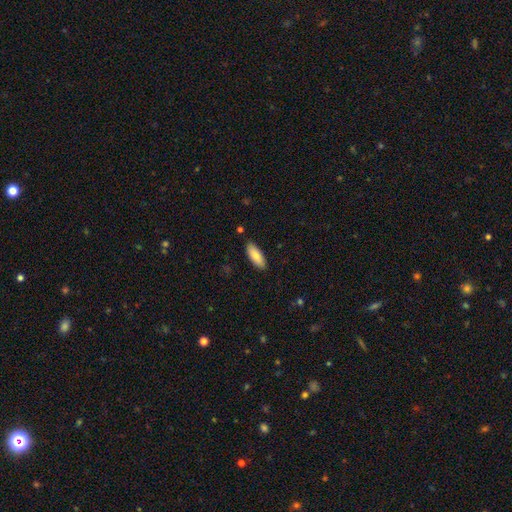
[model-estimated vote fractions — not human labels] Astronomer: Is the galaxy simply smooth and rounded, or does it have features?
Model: smooth — 83%.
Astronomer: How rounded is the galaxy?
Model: in between — 70%.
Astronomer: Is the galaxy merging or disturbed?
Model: none — 86%.